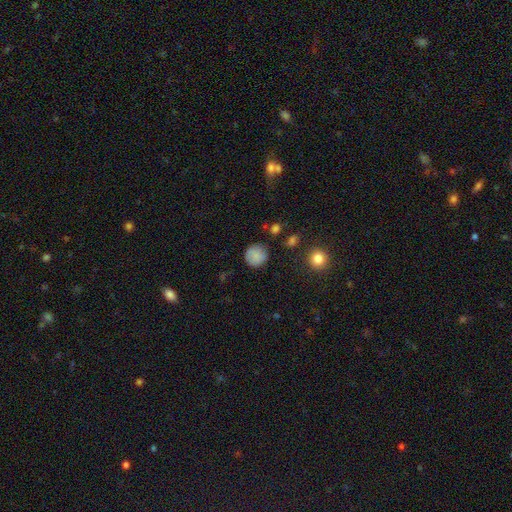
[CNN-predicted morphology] A smooth galaxy with no disk features (83%) that is round (90%). Merging: none (80%).